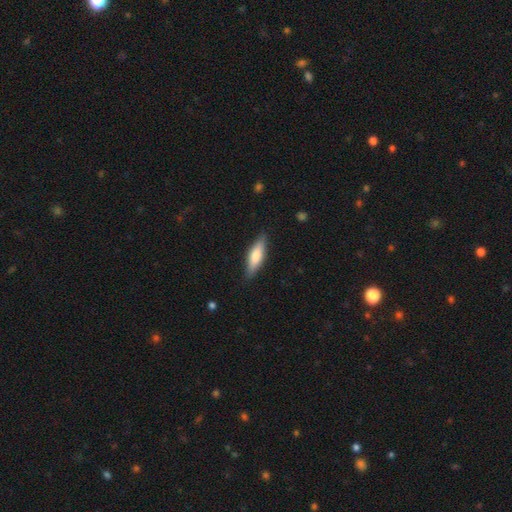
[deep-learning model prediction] Q: Smooth or featured?
A: smooth (66%); runner-up: featured or disk (29%)
Q: How rounded?
A: cigar-shaped (59%); runner-up: in between (39%)
Q: Merging?
A: none (85%); runner-up: minor disturbance (11%)